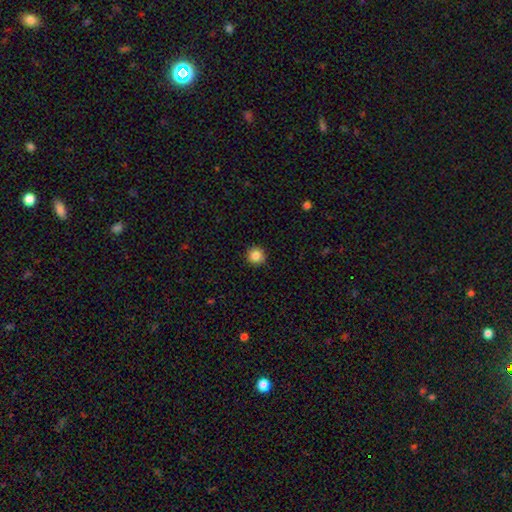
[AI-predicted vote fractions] Overall: smooth (86%). How rounded: round (93%). Merging: none (91%).